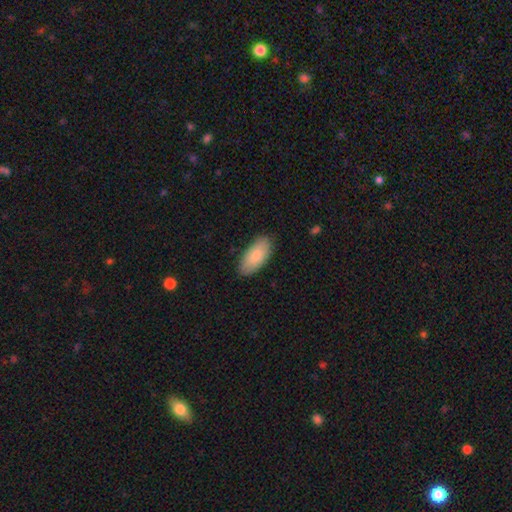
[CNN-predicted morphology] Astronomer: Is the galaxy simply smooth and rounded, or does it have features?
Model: smooth — 82%.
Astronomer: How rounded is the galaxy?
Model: in between — 91%.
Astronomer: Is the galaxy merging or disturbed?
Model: none — 84%.